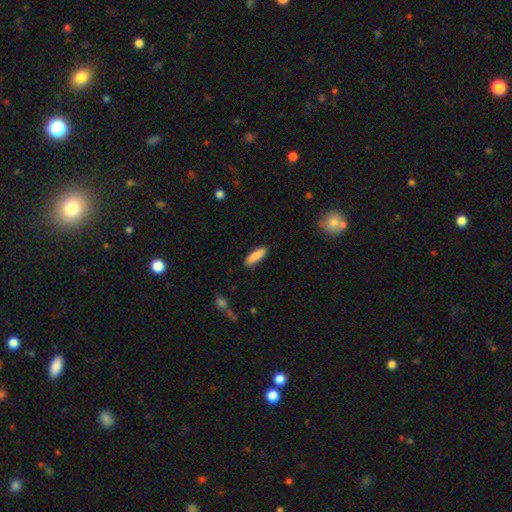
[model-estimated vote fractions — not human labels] A smooth galaxy with no disk features (87%) that is cigar-shaped (51%). Merging: none (87%).